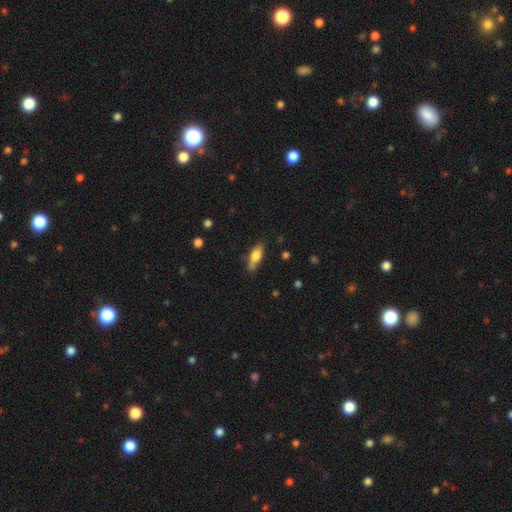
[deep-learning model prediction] Smooth or featured?
  - smooth: 65% *
  - featured or disk: 29%
  - star or artifact: 7%
How rounded?
  - in between: 56% *
  - cigar-shaped: 41%
  - round: 3%
Merging?
  - none: 72% *
  - minor disturbance: 21%
  - major disturbance: 5%
  - merger: 3%